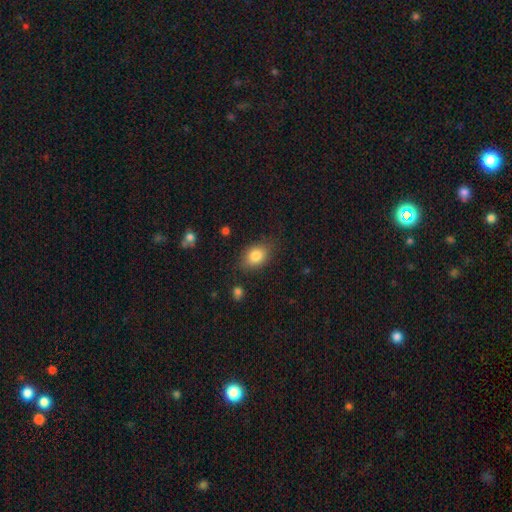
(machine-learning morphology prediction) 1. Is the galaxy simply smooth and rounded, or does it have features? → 82% smooth, 9% star or artifact, 9% featured or disk.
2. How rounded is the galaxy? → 73% in between, 26% round, 2% cigar-shaped.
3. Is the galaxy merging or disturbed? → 78% none, 16% minor disturbance, 4% major disturbance, 2% merger.